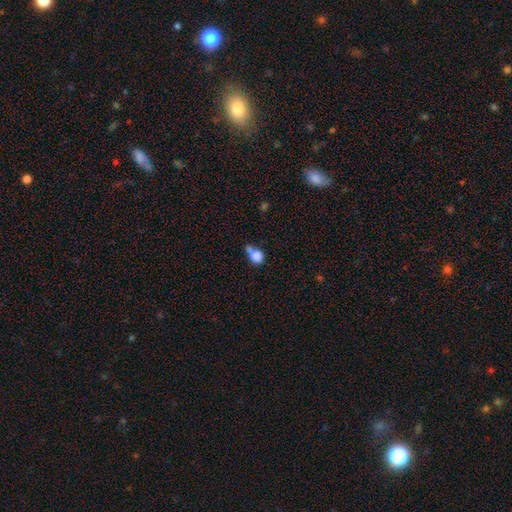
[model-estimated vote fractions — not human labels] Overall: smooth (82%). How rounded: round (71%). Merging: merger (41%; none 35%).